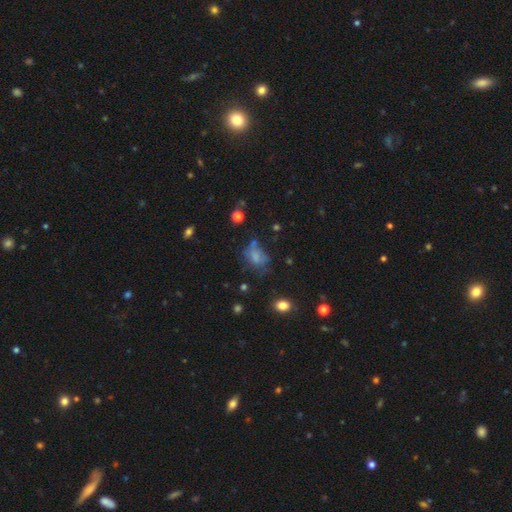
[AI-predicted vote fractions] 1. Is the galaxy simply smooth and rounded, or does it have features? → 63% smooth, 21% featured or disk, 16% star or artifact.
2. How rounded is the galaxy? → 74% in between, 24% round, 2% cigar-shaped.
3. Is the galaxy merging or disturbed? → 40% none, 28% minor disturbance, 24% major disturbance, 8% merger.